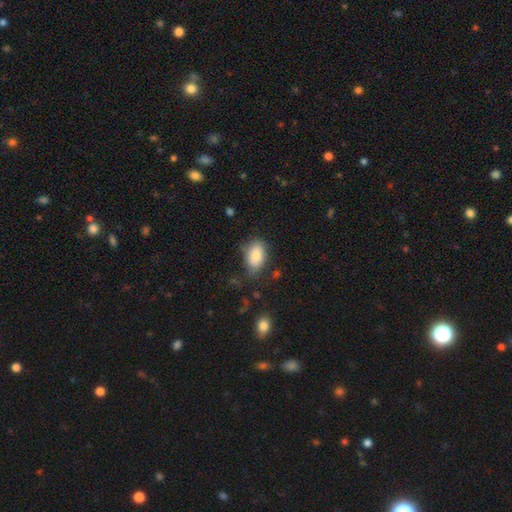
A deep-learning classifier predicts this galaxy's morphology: The model was most divided on "merging": none: 67%, minor disturbance: 24%, major disturbance: 7%, merger: 3%. More confident: how rounded — in between (90%); smooth or featured — smooth (83%).